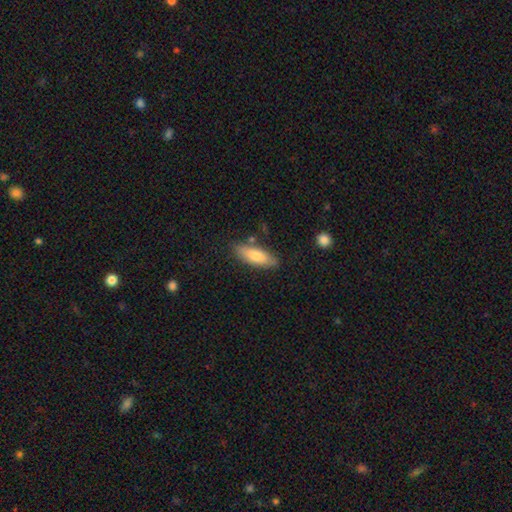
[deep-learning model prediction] Smooth or featured?
  - smooth: 77% *
  - featured or disk: 18%
  - star or artifact: 6%
How rounded?
  - in between: 62% *
  - cigar-shaped: 36%
  - round: 2%
Merging?
  - none: 79% *
  - minor disturbance: 14%
  - merger: 4%
  - major disturbance: 3%